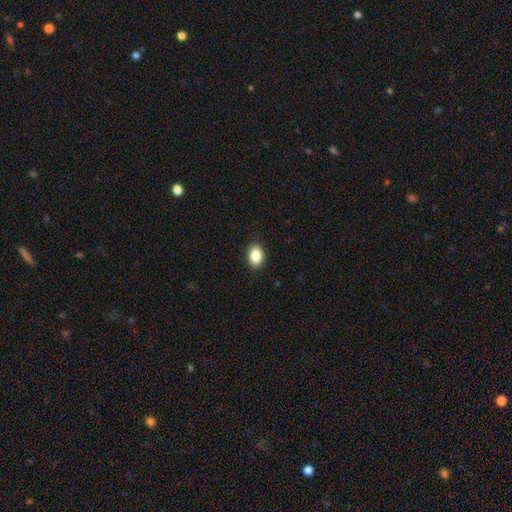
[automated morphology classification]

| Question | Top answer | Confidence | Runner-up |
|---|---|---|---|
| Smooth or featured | smooth | 87% | star or artifact (8%) |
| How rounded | in between | 82% | round (17%) |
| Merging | none | 90% | minor disturbance (7%) |